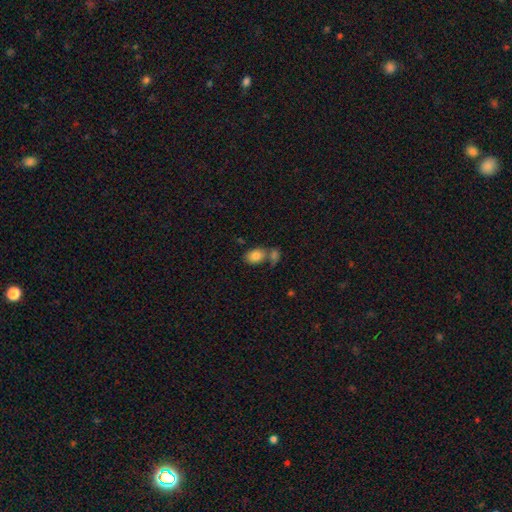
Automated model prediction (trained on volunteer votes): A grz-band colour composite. It shows a smooth galaxy with no disk features (83%) that is in between round and cigar-shaped (79%). Merging: merger (42%).